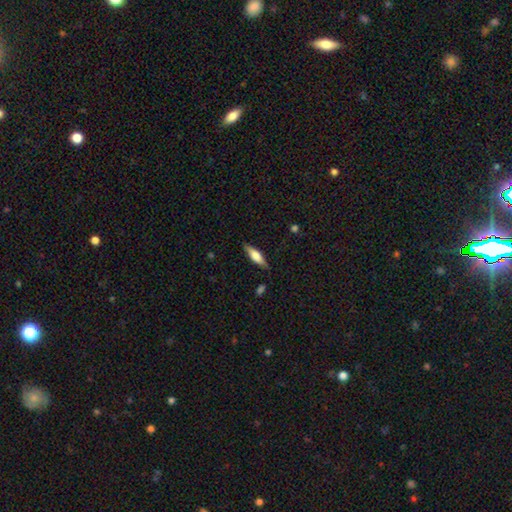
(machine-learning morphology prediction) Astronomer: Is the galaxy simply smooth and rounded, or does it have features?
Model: smooth — 57% (runner-up: featured or disk, 37%).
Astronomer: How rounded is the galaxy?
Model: cigar-shaped — 59% (runner-up: in between, 39%).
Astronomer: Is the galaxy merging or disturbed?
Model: none — 85%.